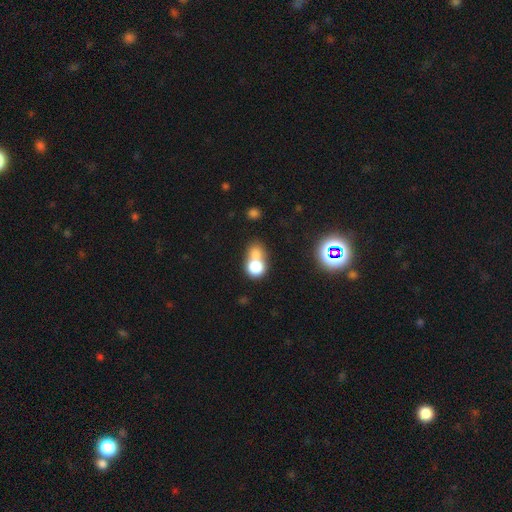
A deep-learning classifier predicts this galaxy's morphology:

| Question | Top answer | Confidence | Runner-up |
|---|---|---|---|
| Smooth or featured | smooth | 72% | star or artifact (14%) |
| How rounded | round | 66% | in between (32%) |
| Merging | merger | 57% | none (28%) |